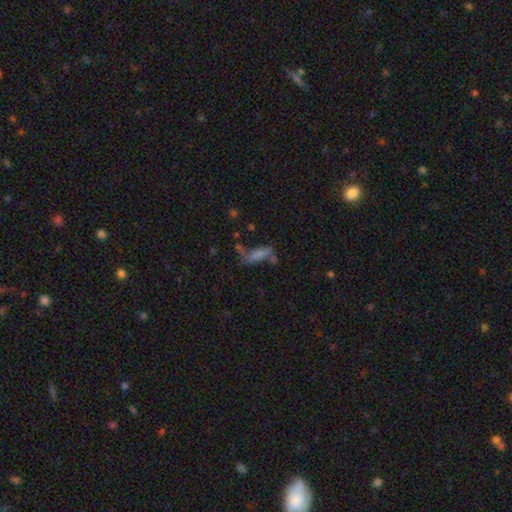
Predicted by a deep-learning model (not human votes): smooth-or-featured: smooth: 50% | featured or disk: 29% | star or artifact: 21%
  how-rounded: cigar-shaped: 52% | in between: 43% | round: 4%
  merging: none: 41% | minor disturbance: 21% | major disturbance: 21% | merger: 17%